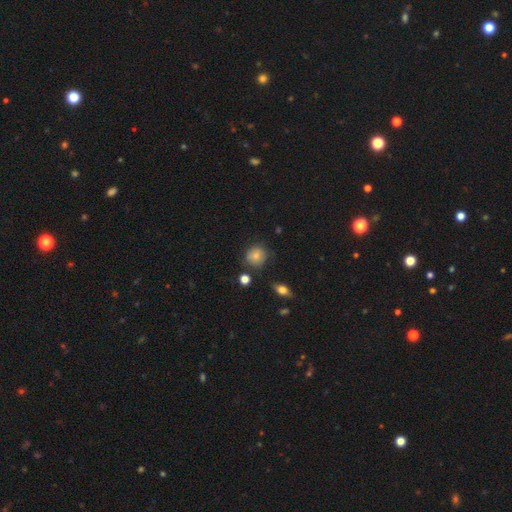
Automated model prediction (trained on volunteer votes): Smooth or featured? Predicted: smooth (p=0.76). How rounded? Predicted: round (p=0.83). Merging? Predicted: none (p=0.71).